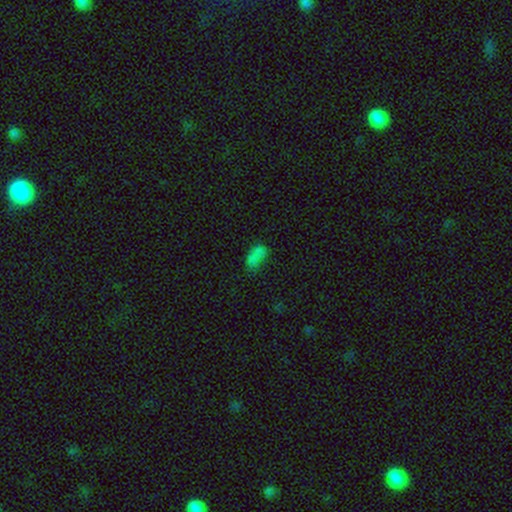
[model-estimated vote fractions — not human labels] The model was most divided on "merging": none: 44%, minor disturbance: 25%, major disturbance: 15%, merger: 15%. More confident: how rounded — in between (88%); smooth or featured — smooth (73%).